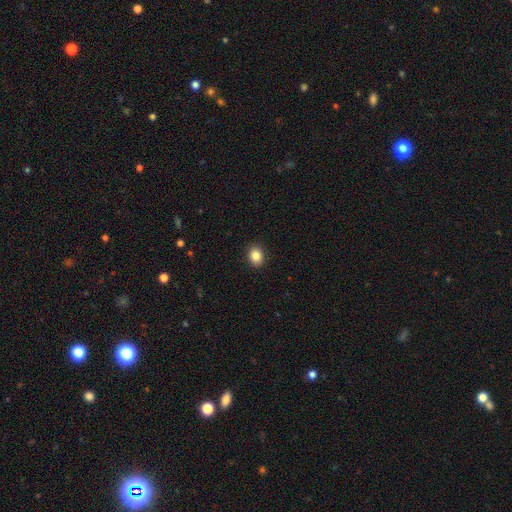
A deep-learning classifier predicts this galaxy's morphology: Overall: smooth (85%). How rounded: round (56%; in between 43%). Merging: none (91%).